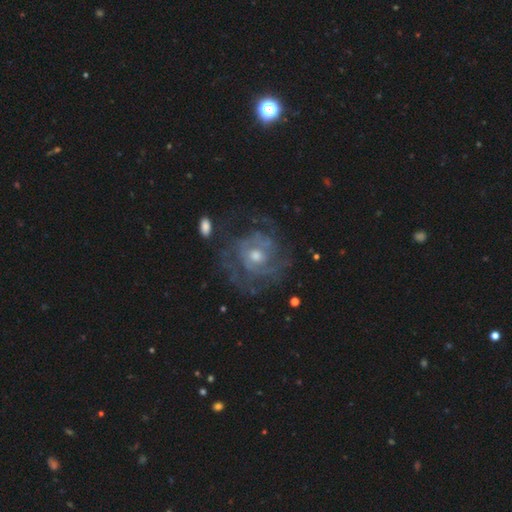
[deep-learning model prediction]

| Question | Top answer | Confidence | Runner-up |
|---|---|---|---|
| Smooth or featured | featured or disk | 82% | smooth (11%) |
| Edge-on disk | no | 97% | yes (3%) |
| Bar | no | 72% | weak (23%) |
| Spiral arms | yes | 85% | no (15%) |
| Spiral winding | tight | 61% | medium (29%) |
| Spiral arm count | can't tell | 47% | 2 (19%) |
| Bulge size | moderate | 61% | small (32%) |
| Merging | none | 64% | minor disturbance (17%) |